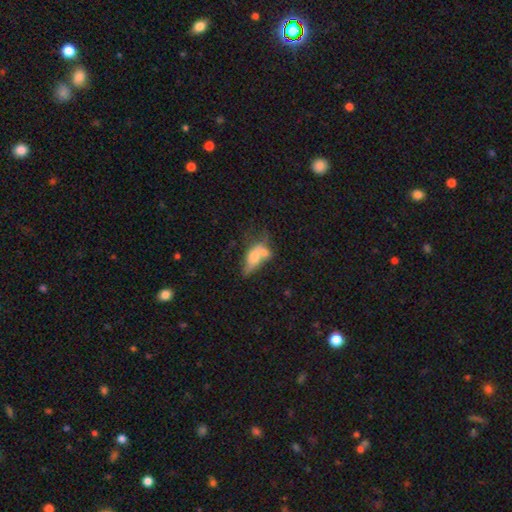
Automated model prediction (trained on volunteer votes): smooth_or_featured: smooth (p=0.58) [alt: featured or disk p=0.33]
how_rounded: in between (p=0.77) [alt: cigar-shaped p=0.13]
merging: merger (p=0.54) [alt: none p=0.18]